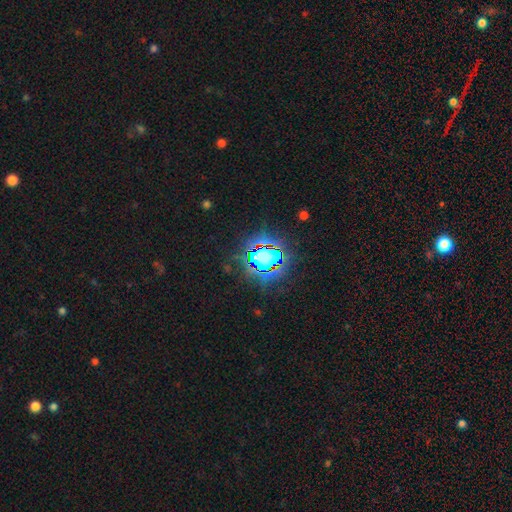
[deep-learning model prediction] A star or artifact, not a galaxy (80%).

Vote fractions:
- Smooth or featured? star or artifact: 80% / smooth: 12% / featured or disk: 8%